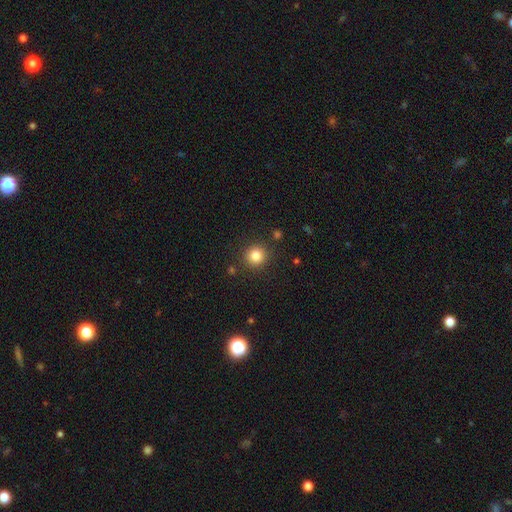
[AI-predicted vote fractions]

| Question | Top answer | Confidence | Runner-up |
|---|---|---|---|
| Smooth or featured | smooth | 84% | star or artifact (11%) |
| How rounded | round | 93% | in between (6%) |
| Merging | none | 88% | minor disturbance (7%) |